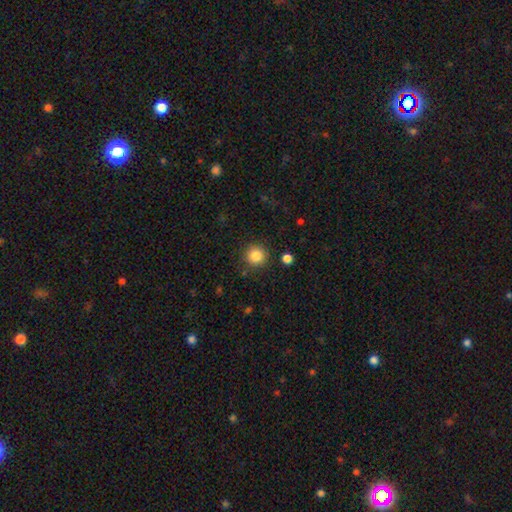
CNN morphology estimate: A smooth galaxy with no disk features (85%) that is round (94%).

Vote fractions:
- Smooth or featured? smooth: 85% / star or artifact: 10% / featured or disk: 4%
- How rounded? round: 94% / in between: 5% / cigar-shaped: 1%
- Merging? none: 88% / minor disturbance: 7% / major disturbance: 3% / merger: 2%